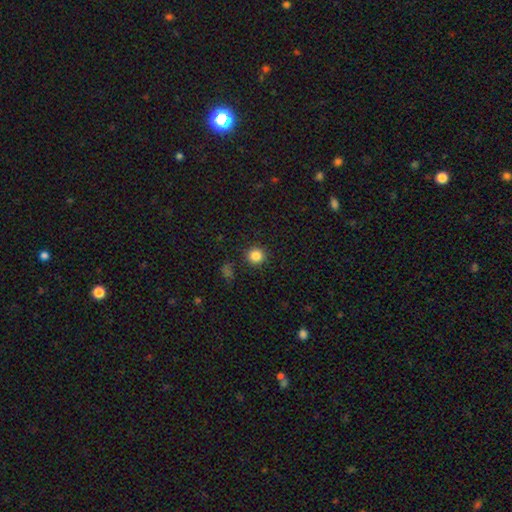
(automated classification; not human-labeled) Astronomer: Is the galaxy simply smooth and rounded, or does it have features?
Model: smooth — 84%.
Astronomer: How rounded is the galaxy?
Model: round — 92%.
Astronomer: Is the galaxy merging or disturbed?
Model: none — 89%.